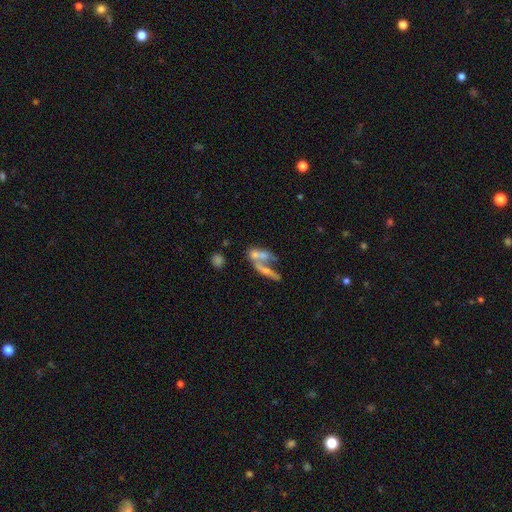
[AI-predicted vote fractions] featured or disk 44%, smooth 41%, star or artifact 15%. Down the decision tree: merging — merger (56%).